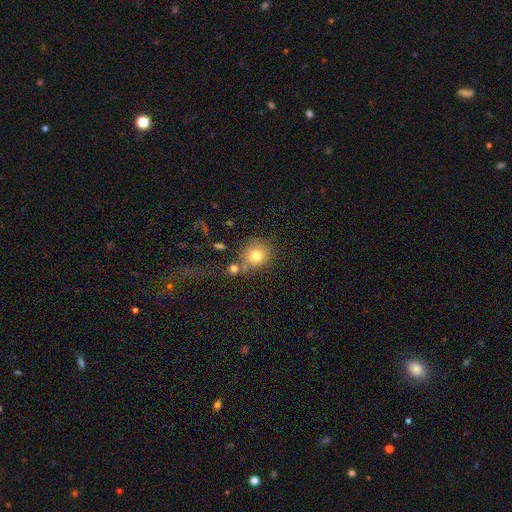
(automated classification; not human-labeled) A smooth galaxy with no disk features (78%) that is round (85%).

Vote fractions:
- Smooth or featured? smooth: 78% / star or artifact: 11% / featured or disk: 11%
- How rounded? round: 85% / in between: 14% / cigar-shaped: 1%
- Merging? none: 65% / merger: 16% / minor disturbance: 13% / major disturbance: 7%